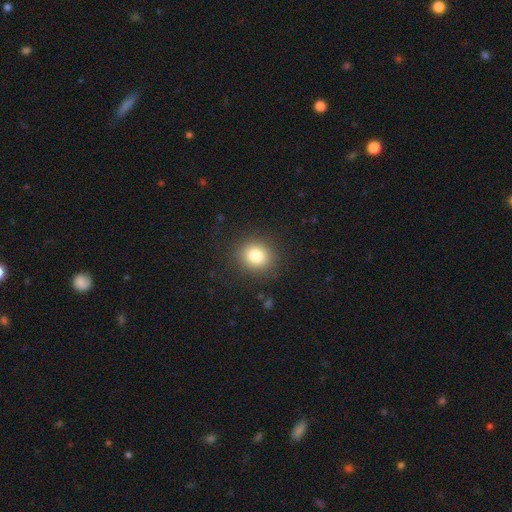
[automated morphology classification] A smooth galaxy with no disk features (82%) that is round (80%).

Vote fractions:
- Smooth or featured? smooth: 82% / star or artifact: 11% / featured or disk: 7%
- How rounded? round: 80% / in between: 19% / cigar-shaped: 1%
- Merging? none: 88% / minor disturbance: 8% / major disturbance: 3% / merger: 1%